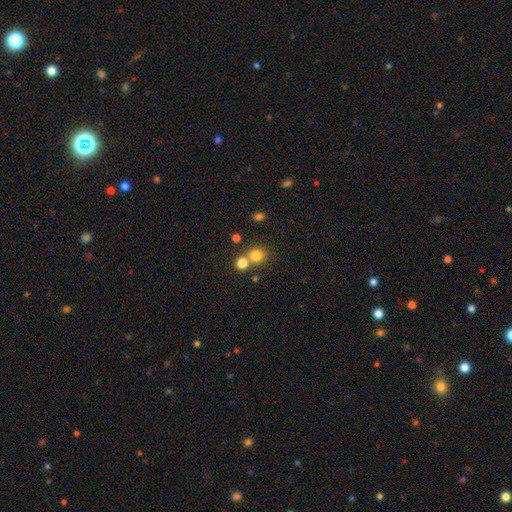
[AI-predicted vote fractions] Smooth or featured? Predicted: smooth (p=0.79). How rounded? Predicted: round (p=0.83). Merging? Predicted: none (p=0.57).